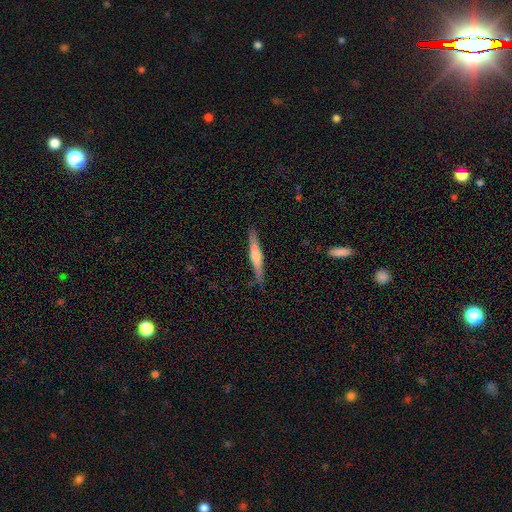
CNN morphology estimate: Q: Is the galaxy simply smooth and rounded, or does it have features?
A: featured or disk — 50%.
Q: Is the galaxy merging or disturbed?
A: none — 84%.